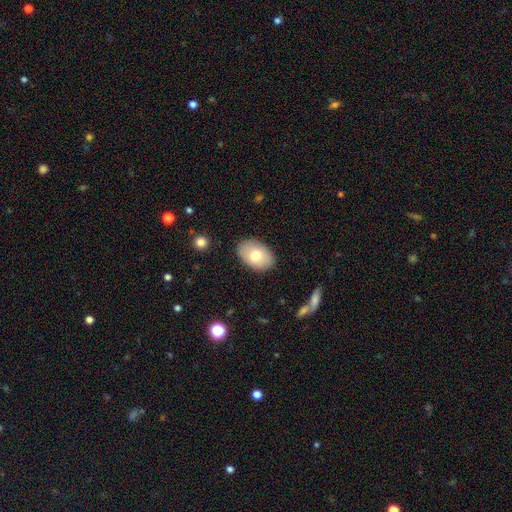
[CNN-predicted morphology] smooth_or_featured: smooth (p=0.73) [alt: featured or disk p=0.20]
how_rounded: in between (p=0.89) [alt: round p=0.10]
merging: none (p=0.85) [alt: minor disturbance p=0.11]